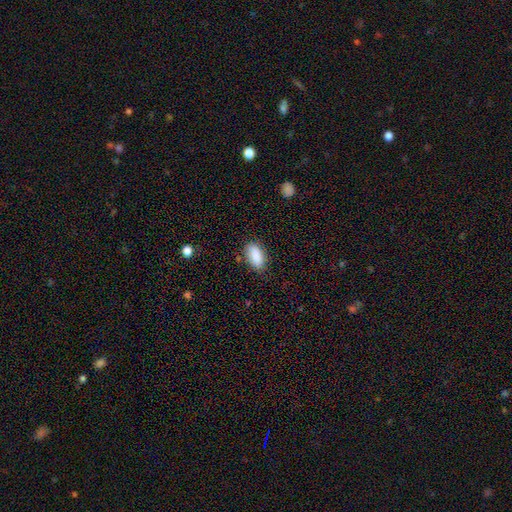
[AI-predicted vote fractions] Smooth or featured? smooth (87%)
How rounded? in between (89%)
Merging? none (79%)